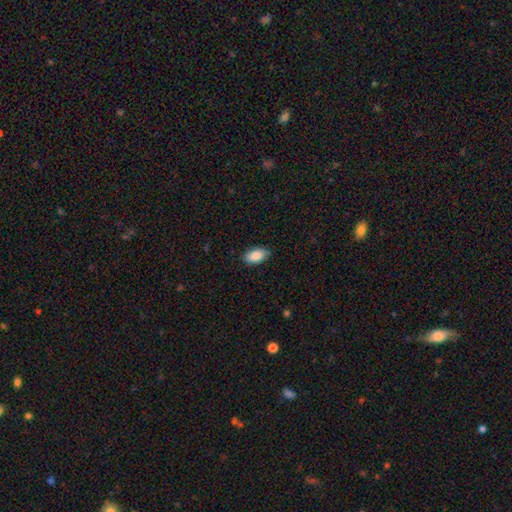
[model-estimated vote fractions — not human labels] This is clearly a smooth galaxy (88%). How rounded: clearly in between (94%). Merging: clearly none (86%).